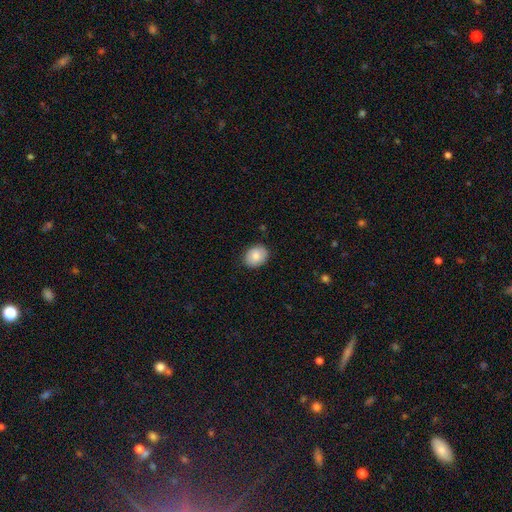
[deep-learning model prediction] Smooth or featured? Predicted: smooth (p=0.84). How rounded? Predicted: in between (p=0.60). Merging? Predicted: none (p=0.85).